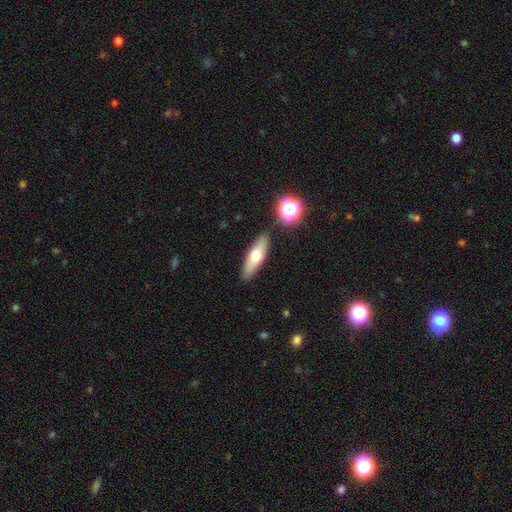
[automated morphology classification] Q: Smooth or featured?
A: smooth (60%); runner-up: featured or disk (33%)
Q: How rounded?
A: cigar-shaped (52%); runner-up: in between (44%)
Q: Merging?
A: none (85%); runner-up: minor disturbance (9%)